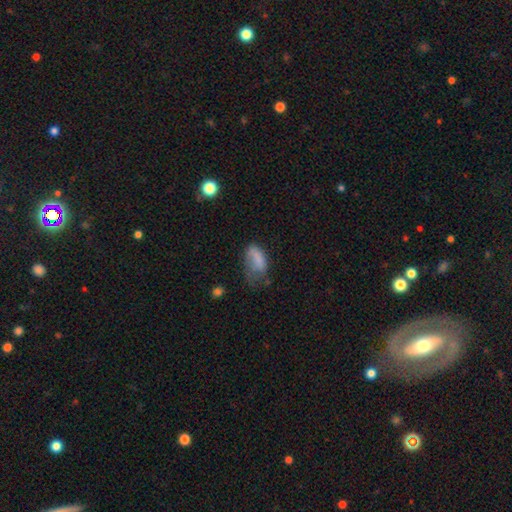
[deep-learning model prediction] Q: Smooth or featured?
A: smooth (70%); runner-up: featured or disk (21%)
Q: How rounded?
A: in between (91%); runner-up: round (5%)
Q: Merging?
A: major disturbance (35%); runner-up: minor disturbance (34%)